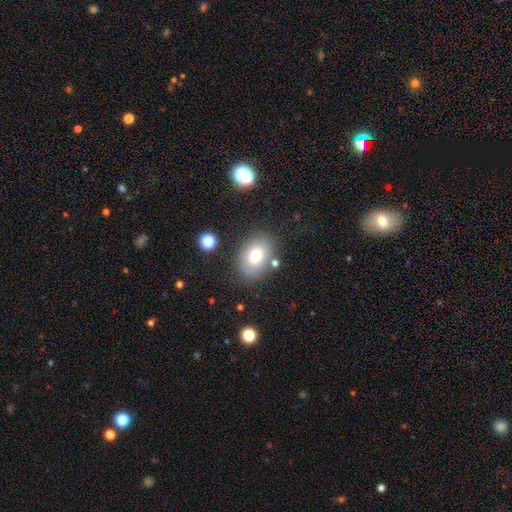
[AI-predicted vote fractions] Smooth or featured?
  - smooth: 75% *
  - featured or disk: 16%
  - star or artifact: 10%
How rounded?
  - in between: 75% *
  - round: 24%
  - cigar-shaped: 1%
Merging?
  - none: 77% *
  - minor disturbance: 14%
  - merger: 5%
  - major disturbance: 4%